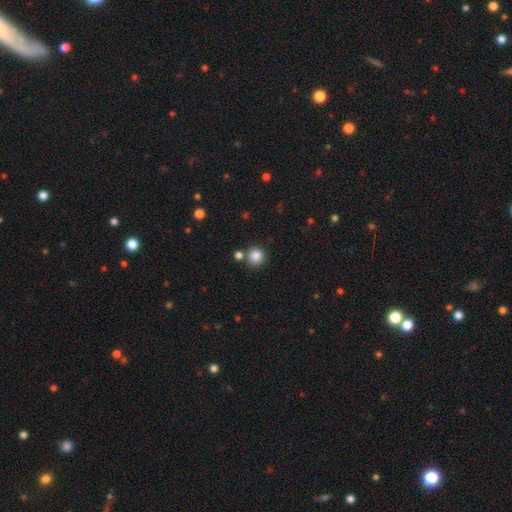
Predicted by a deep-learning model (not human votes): Smooth or featured?
  - smooth: 85% *
  - star or artifact: 11%
  - featured or disk: 4%
How rounded?
  - round: 92% *
  - in between: 7%
  - cigar-shaped: 1%
Merging?
  - none: 78% *
  - merger: 11%
  - minor disturbance: 8%
  - major disturbance: 3%